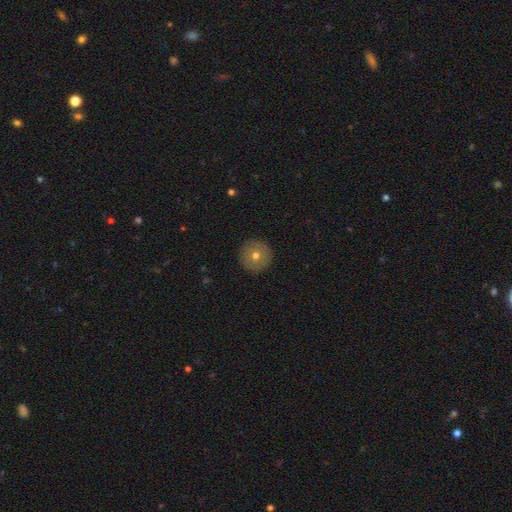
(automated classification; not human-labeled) Smooth or featured? Predicted: smooth (p=0.68). How rounded? Predicted: round (p=0.96). Merging? Predicted: none (p=0.92).